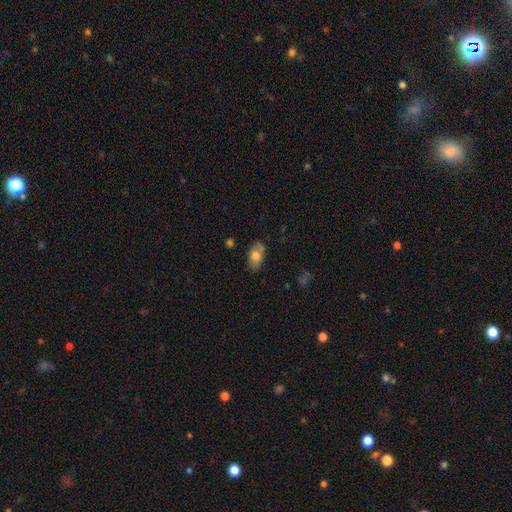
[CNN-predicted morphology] This is likely a smooth galaxy (74%). How rounded: clearly in between (91%). Merging: likely none (77%).